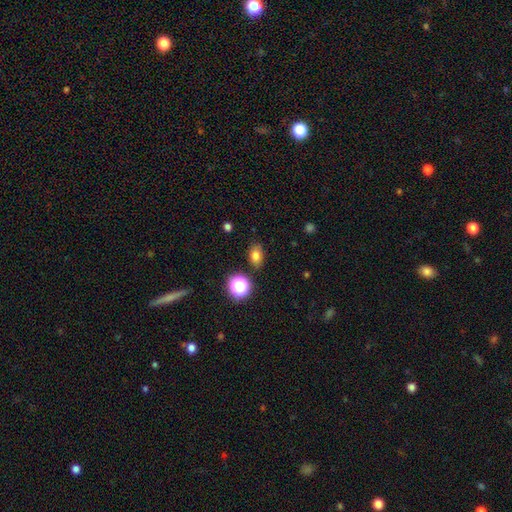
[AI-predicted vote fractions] A smooth galaxy with no disk features (77%) that is in between round and cigar-shaped (73%).

Vote fractions:
- Smooth or featured? smooth: 77% / star or artifact: 15% / featured or disk: 8%
- How rounded? in between: 73% / round: 26% / cigar-shaped: 1%
- Merging? none: 82% / minor disturbance: 12% / merger: 3% / major disturbance: 3%